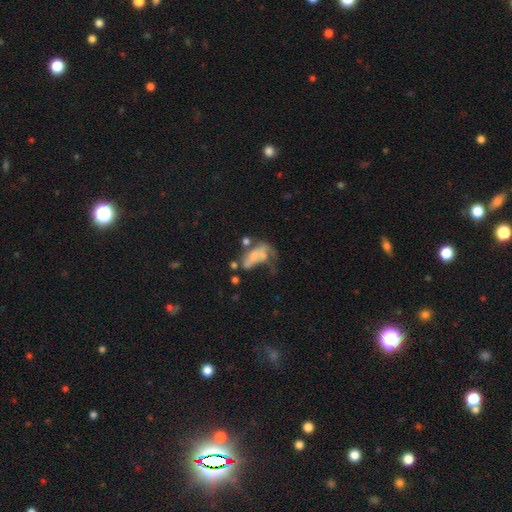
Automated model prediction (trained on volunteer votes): Overall: featured or disk (45%; smooth 43%). Merging: major disturbance (45%; merger 25%).